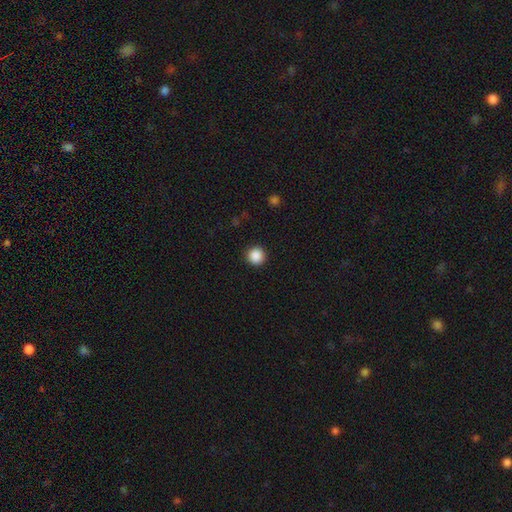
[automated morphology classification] smooth-or-featured: smooth: 88% | star or artifact: 10% | featured or disk: 3%
  how-rounded: round: 95% | in between: 4% | cigar-shaped: 1%
  merging: none: 92% | minor disturbance: 5% | major disturbance: 2% | merger: 1%